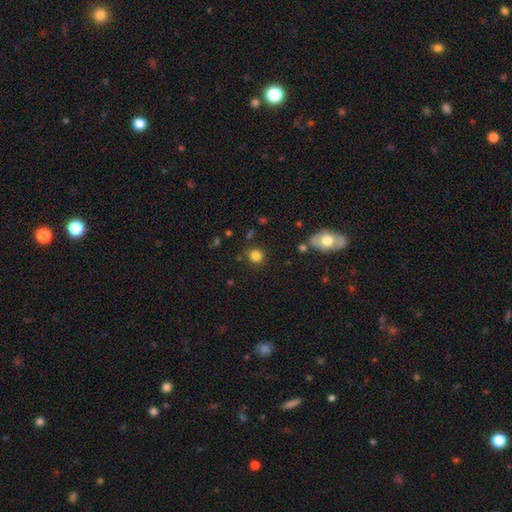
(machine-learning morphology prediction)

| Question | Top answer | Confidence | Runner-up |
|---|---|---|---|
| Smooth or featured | smooth | 82% | star or artifact (12%) |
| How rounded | round | 85% | in between (15%) |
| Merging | none | 84% | minor disturbance (9%) |